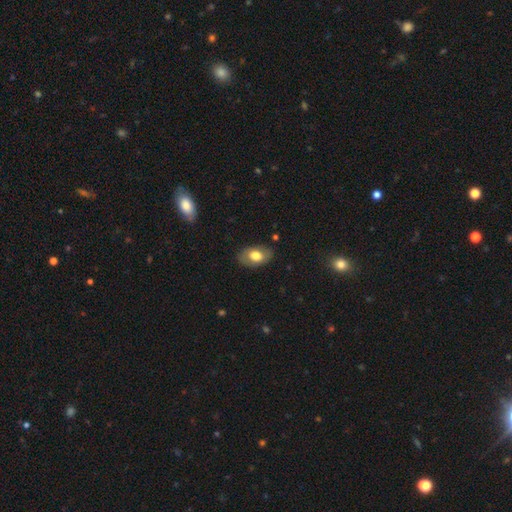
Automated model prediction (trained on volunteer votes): Morphology: type=smooth (68%); roundness=in between (89%); merging=none (81%).